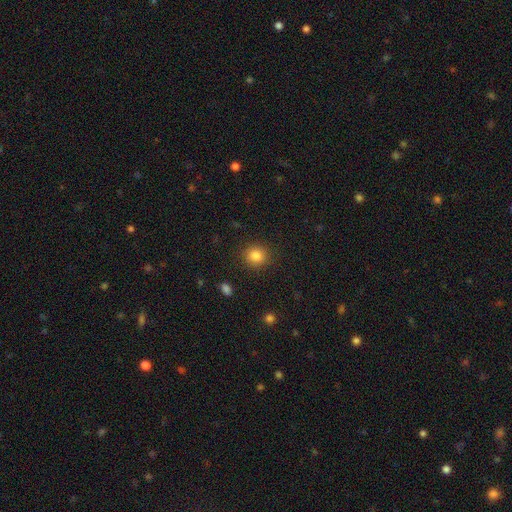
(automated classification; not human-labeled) The model was most divided on "smooth or featured": smooth: 84%, star or artifact: 11%, featured or disk: 5%. More confident: merging — none (89%); how rounded — round (87%).